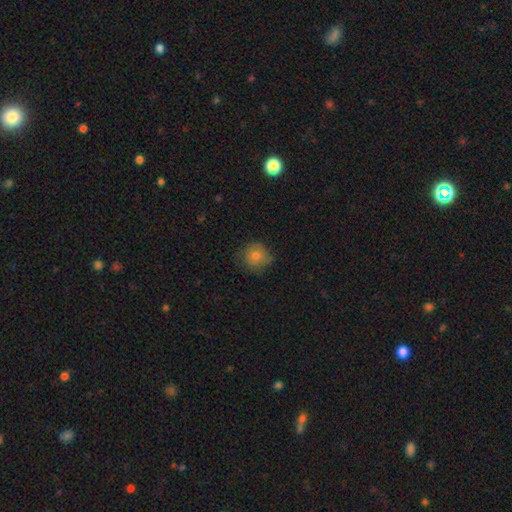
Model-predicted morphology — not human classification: type=smooth (74%); roundness=round (91%); merging=none (76%).